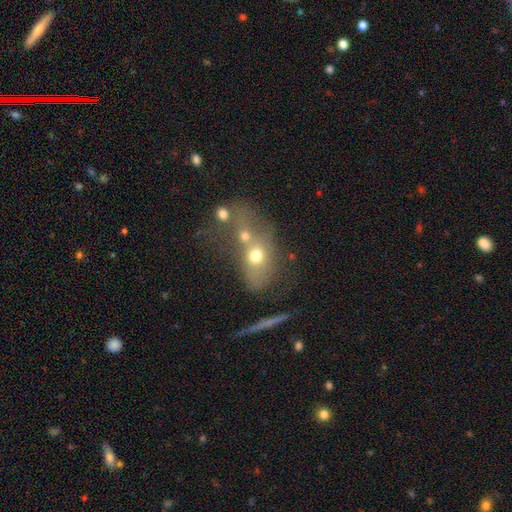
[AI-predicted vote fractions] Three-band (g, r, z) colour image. It shows a smooth galaxy with no disk features (60%) that is in between round and cigar-shaped (56%). Merging: merger (53%).